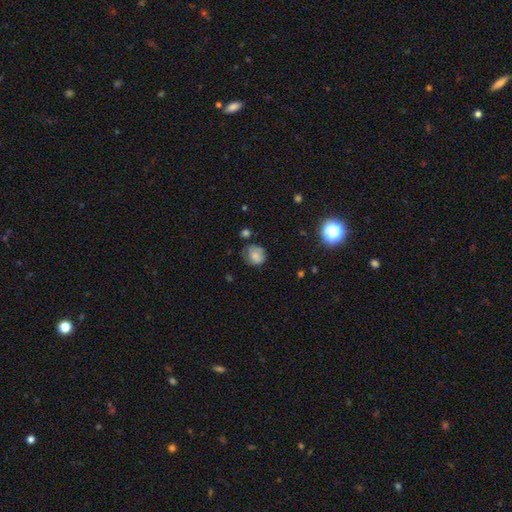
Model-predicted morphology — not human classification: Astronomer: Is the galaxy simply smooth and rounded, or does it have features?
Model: smooth — 73%.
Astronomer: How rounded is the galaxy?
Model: round — 64%.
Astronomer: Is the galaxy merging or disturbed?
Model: none — 58%.